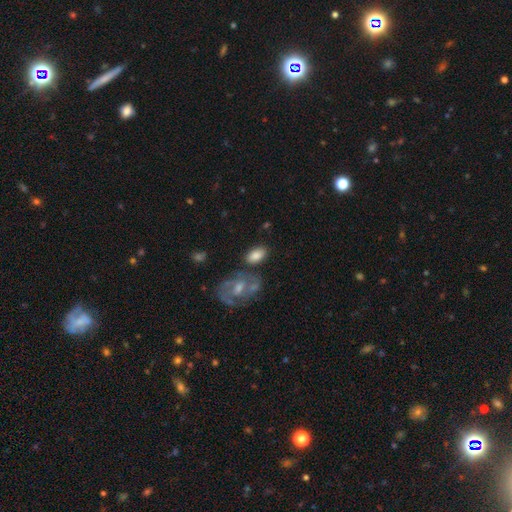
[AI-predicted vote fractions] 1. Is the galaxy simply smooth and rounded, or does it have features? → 79% smooth, 15% featured or disk, 6% star or artifact.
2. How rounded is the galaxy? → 90% in between, 8% round, 2% cigar-shaped.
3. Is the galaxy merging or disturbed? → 69% none, 15% minor disturbance, 10% merger, 5% major disturbance.